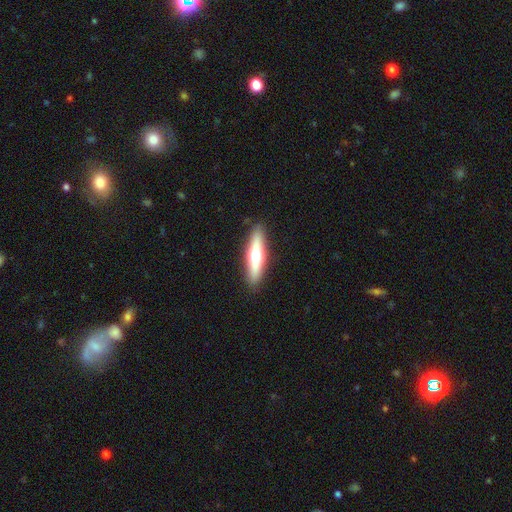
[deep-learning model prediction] This is possibly a featured or disk galaxy (48%). Merging: clearly none (89%).